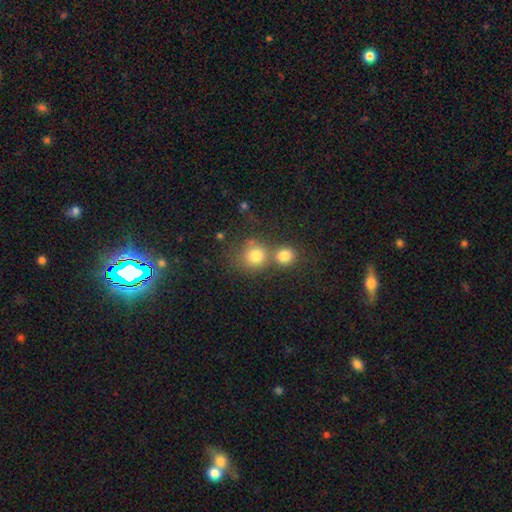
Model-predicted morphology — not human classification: smooth 78%, star or artifact 12%, featured or disk 9%. Down the decision tree: how rounded — round (85%); merging — none (45%).